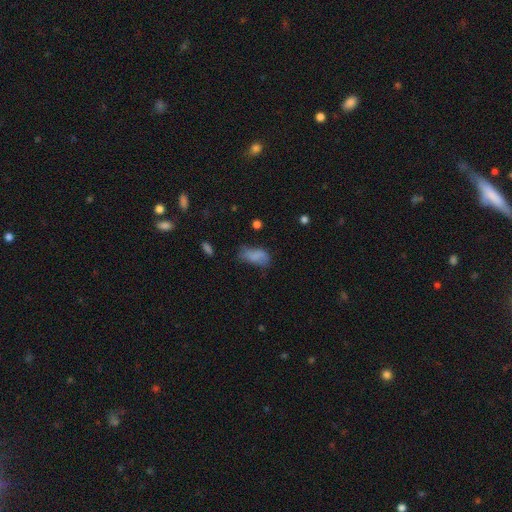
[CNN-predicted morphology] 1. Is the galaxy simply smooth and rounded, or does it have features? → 75% smooth, 14% featured or disk, 11% star or artifact.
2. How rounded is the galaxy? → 89% in between, 7% cigar-shaped, 4% round.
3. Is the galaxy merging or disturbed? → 40% none, 35% minor disturbance, 21% major disturbance, 4% merger.